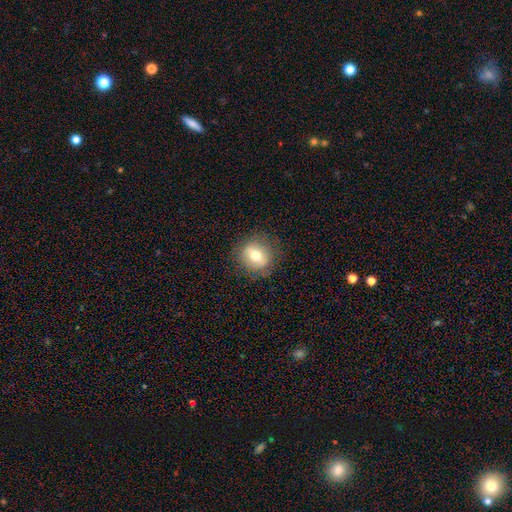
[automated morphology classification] Smooth or featured? smooth (61%)
How rounded? round (80%)
Merging? none (82%)